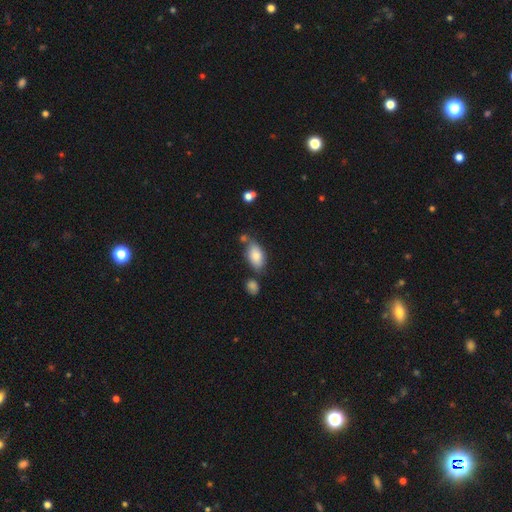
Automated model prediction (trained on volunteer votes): Morphology: type=smooth (82%); roundness=in between (92%); merging=none (61%).